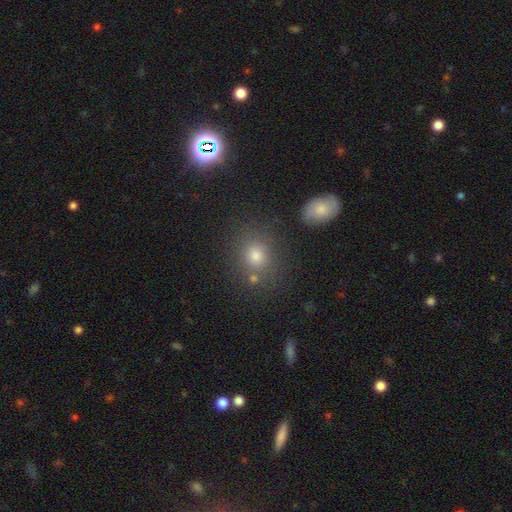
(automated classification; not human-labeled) A smooth galaxy with no disk features (72%) that is round (79%). Merging: none (77%).